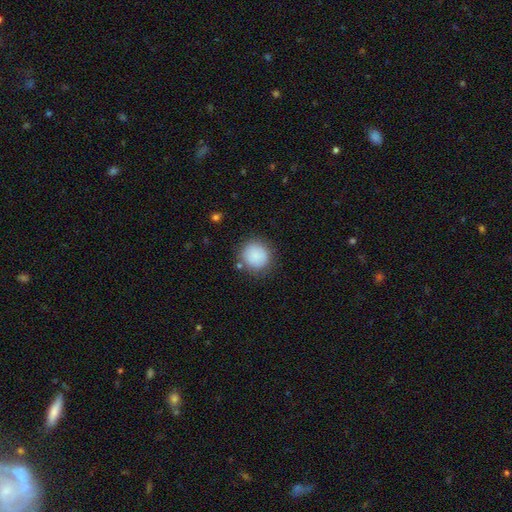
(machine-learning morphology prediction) Smooth or featured? Predicted: smooth (p=0.88). How rounded? Predicted: round (p=0.91). Merging? Predicted: none (p=0.83).